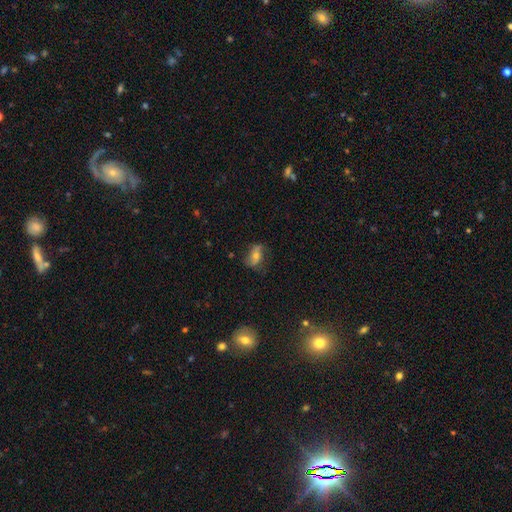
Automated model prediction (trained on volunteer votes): smooth-or-featured: featured or disk: 43% (tied) | smooth: 43% (tied) | star or artifact: 14%
  merging: none: 63% | minor disturbance: 23% | major disturbance: 11% | merger: 2%